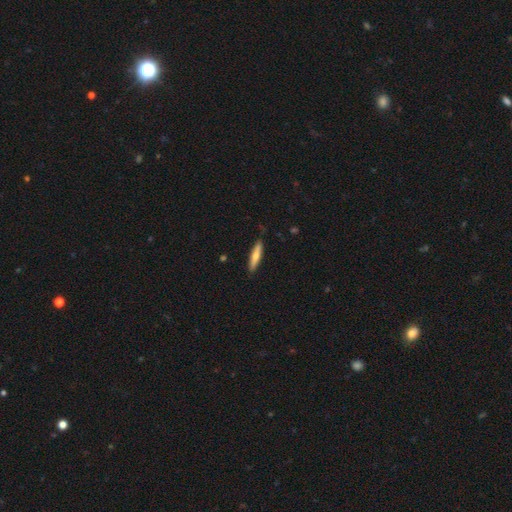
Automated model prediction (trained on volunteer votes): Morphology: type=smooth (59%); roundness=cigar-shaped (87%); merging=none (88%).